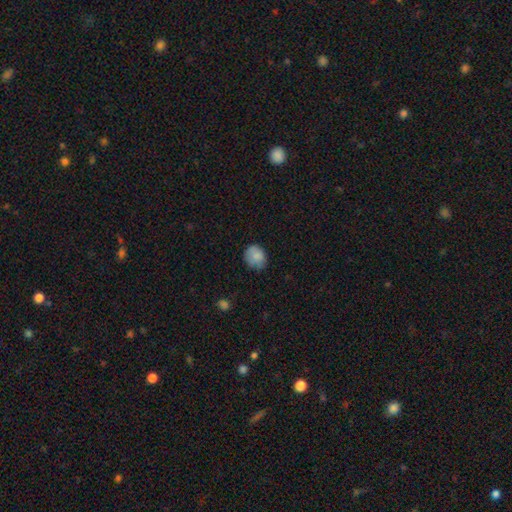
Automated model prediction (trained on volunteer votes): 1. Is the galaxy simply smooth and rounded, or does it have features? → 83% smooth, 9% featured or disk, 8% star or artifact.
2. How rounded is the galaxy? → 64% round, 35% in between, 1% cigar-shaped.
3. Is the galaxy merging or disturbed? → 71% none, 23% minor disturbance, 5% major disturbance, 1% merger.